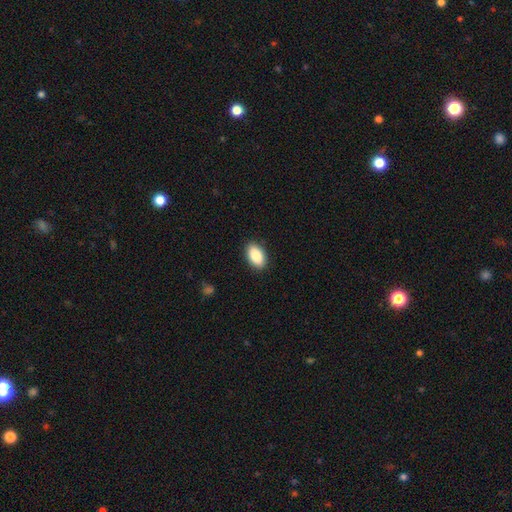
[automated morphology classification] Smooth or featured: smooth — 87% (star or artifact — 7%)
How rounded: in between — 93% (round — 5%)
Merging: none — 89% (minor disturbance — 8%)